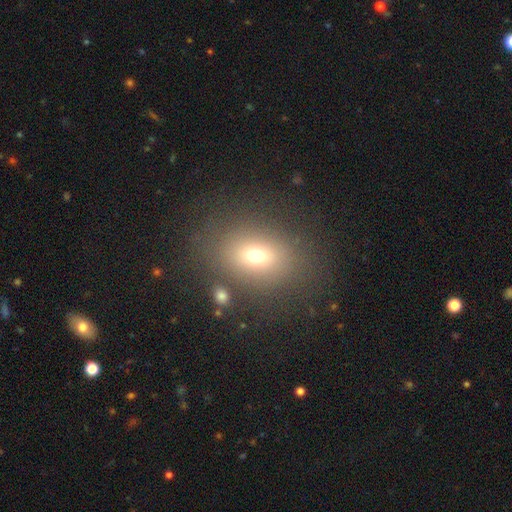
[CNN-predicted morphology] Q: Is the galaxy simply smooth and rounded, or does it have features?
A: smooth — 68%.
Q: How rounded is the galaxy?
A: in between — 58%.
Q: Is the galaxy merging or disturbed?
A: none — 78%.